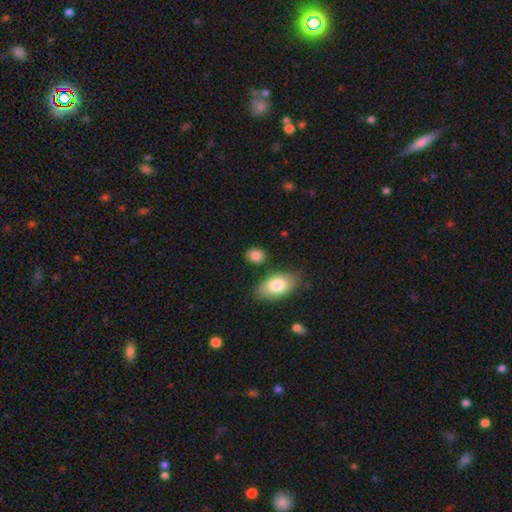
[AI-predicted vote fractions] This appears to be a smooth galaxy with no disk features (85%) that is in between round and cigar-shaped (70%). Merging: none (77%).